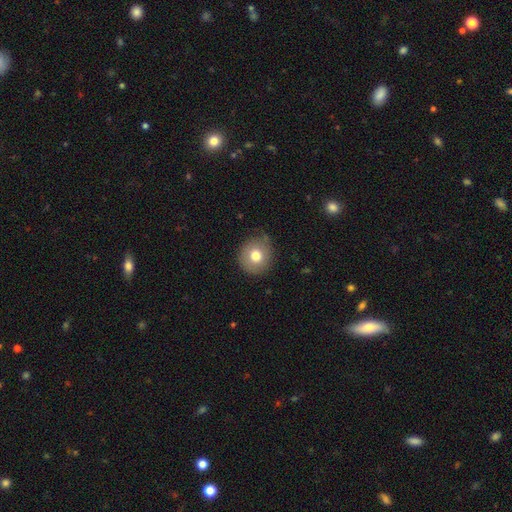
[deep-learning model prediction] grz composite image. It shows a smooth galaxy with no disk features (75%) that is round (87%). Merging: none (80%).